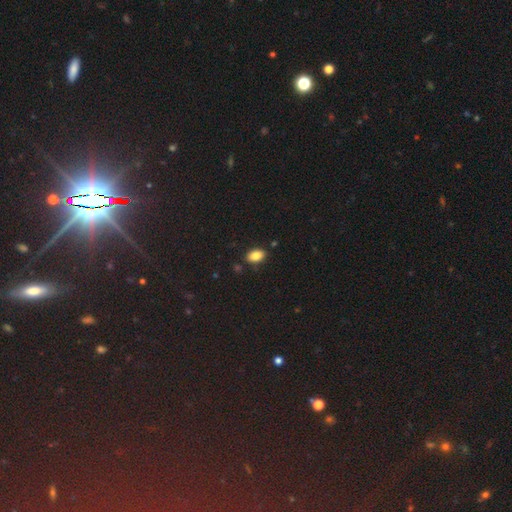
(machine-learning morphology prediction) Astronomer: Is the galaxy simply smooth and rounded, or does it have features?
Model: smooth — 85%.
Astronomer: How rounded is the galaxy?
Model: in between — 88%.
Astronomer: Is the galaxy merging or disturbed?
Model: none — 85%.